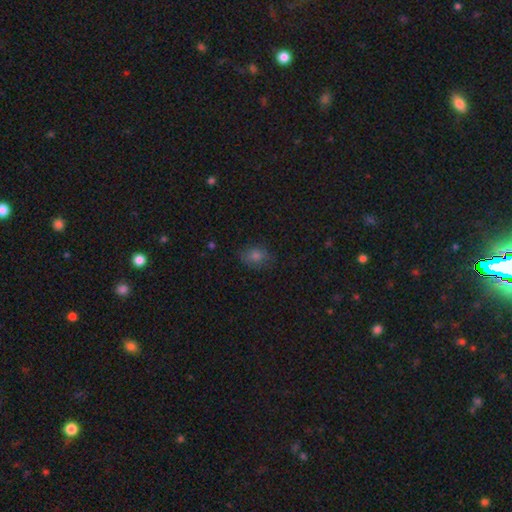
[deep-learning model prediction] The model was most divided on "how rounded": in between: 55%, round: 43%, cigar-shaped: 1%. More confident: merging — none (78%); smooth or featured — smooth (70%).